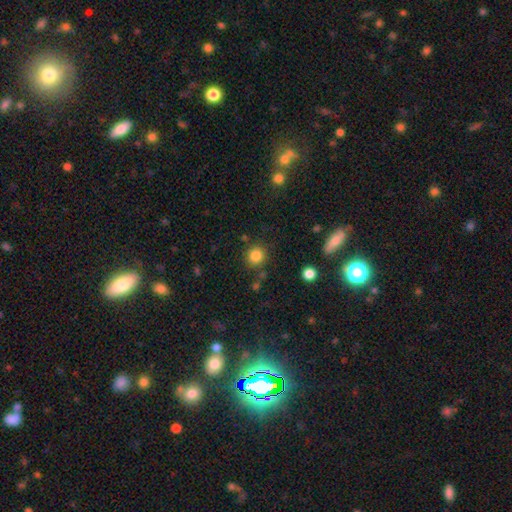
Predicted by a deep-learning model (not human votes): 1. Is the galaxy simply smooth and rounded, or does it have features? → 84% smooth, 12% star or artifact, 5% featured or disk.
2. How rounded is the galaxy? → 91% round, 8% in between, 1% cigar-shaped.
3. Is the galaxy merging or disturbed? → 83% none, 9% minor disturbance, 5% merger, 3% major disturbance.